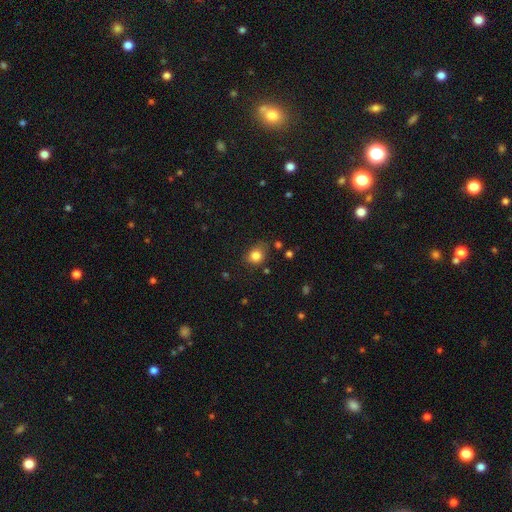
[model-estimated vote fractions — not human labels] This appears to be a smooth galaxy with no disk features (82%) that is round (64%). Merging: none (69%).